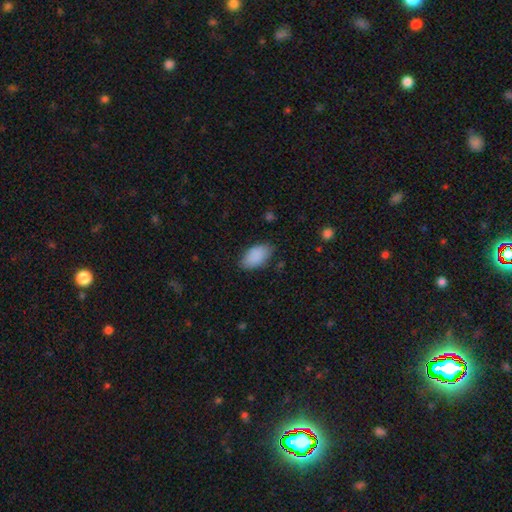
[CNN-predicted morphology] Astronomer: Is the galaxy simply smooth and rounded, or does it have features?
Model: smooth — 89%.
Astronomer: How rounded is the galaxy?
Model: in between — 94%.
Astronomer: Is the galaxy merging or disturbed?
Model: none — 79%.